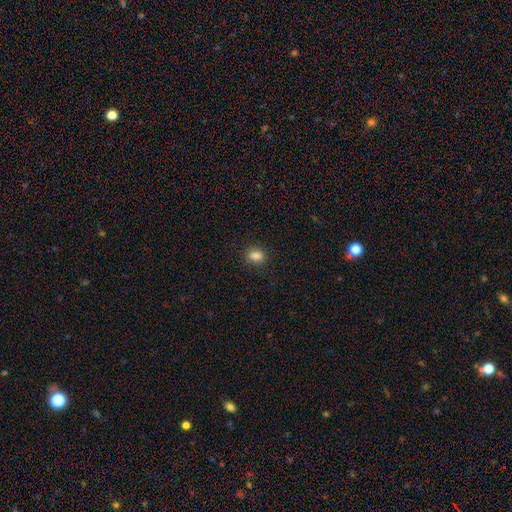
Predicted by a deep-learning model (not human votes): This appears to be a smooth galaxy with no disk features (83%) that is in between round and cigar-shaped (61%). Merging: none (85%).